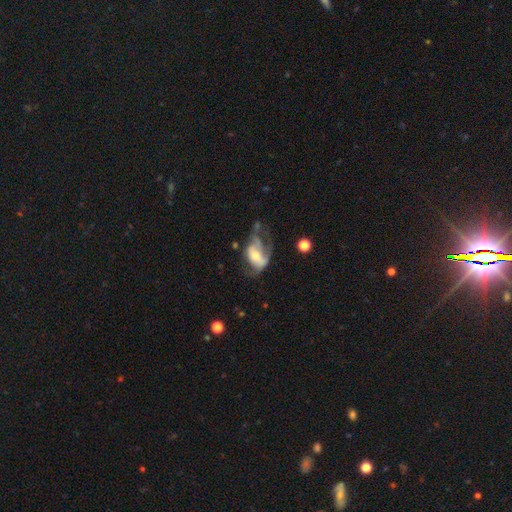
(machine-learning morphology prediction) Overall: featured or disk (61%; smooth 31%). Edge-on disk: no (95%). Bar: no (55%; weak 29%). Spiral arms: yes (57%; no 43%). Bulge size: moderate (48%; small 41%). Merging: major disturbance (47%; none 23%).